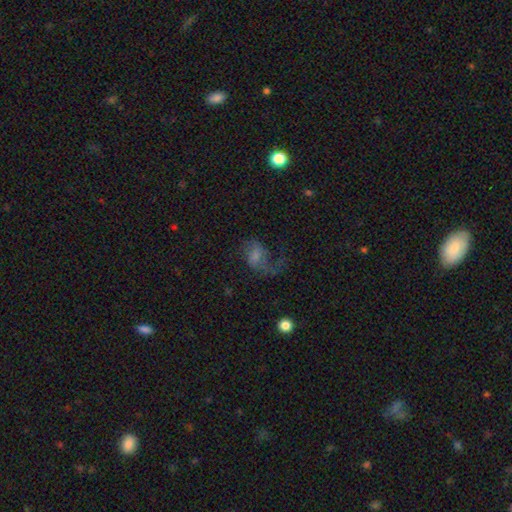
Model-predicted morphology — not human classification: A featured or disk galaxy (50%). Merging: major disturbance (44%).